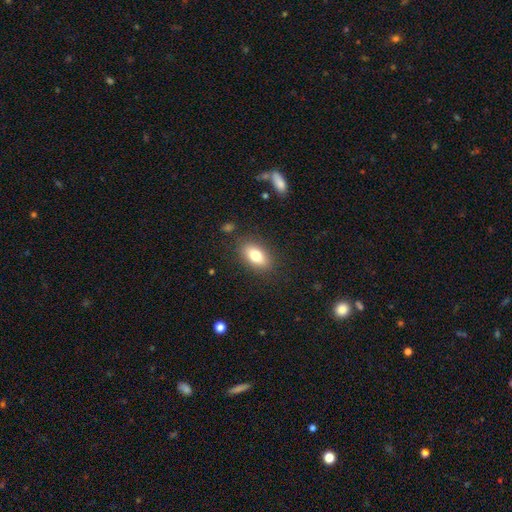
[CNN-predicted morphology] type=smooth (78%); roundness=in between (87%); merging=none (85%).